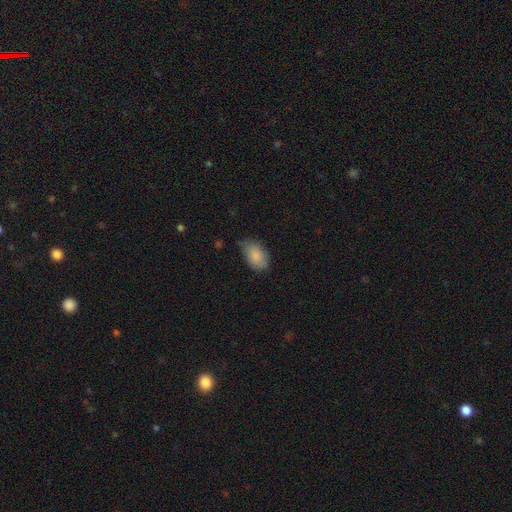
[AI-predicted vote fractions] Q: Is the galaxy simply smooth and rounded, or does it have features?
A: smooth — 86%.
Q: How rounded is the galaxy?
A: in between — 91%.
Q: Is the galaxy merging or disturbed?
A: none — 66%.